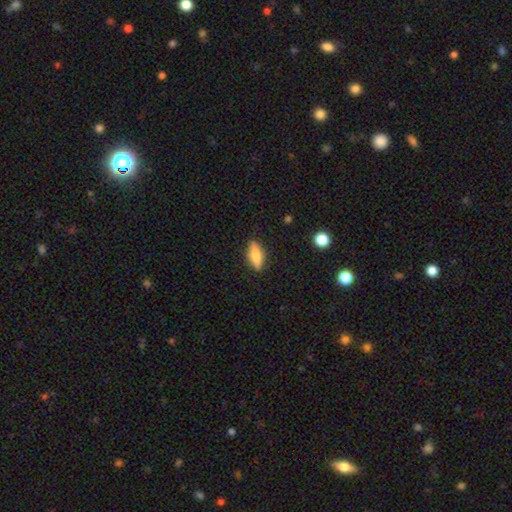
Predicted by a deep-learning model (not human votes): This is likely a smooth galaxy (66%). How rounded: possibly in between (58%). Merging: clearly none (86%).